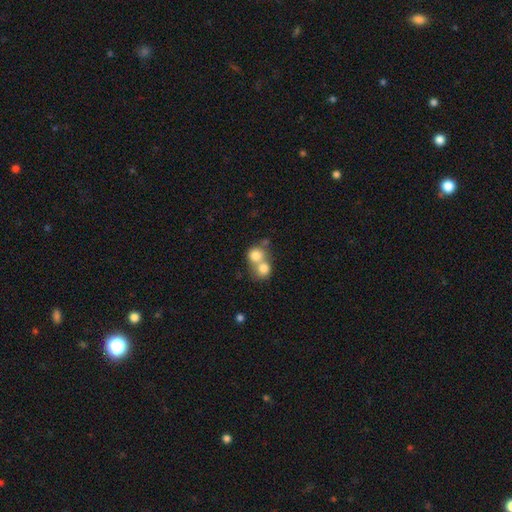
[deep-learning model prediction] Overall: smooth (77%). How rounded: round (79%). Merging: merger (67%).